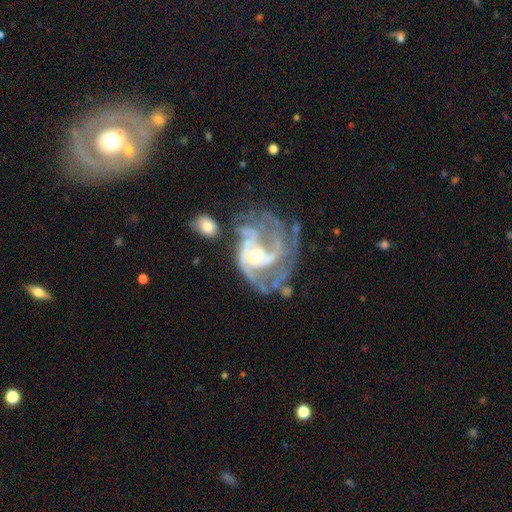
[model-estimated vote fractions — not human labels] Morphology: type=featured or disk (88%); edge-on=no (98%); bar=no (55%); spiral arms=yes (93%); winding=medium (47%); arm count=2 (37%); bulge=moderate (60%); merging=major disturbance (39%).